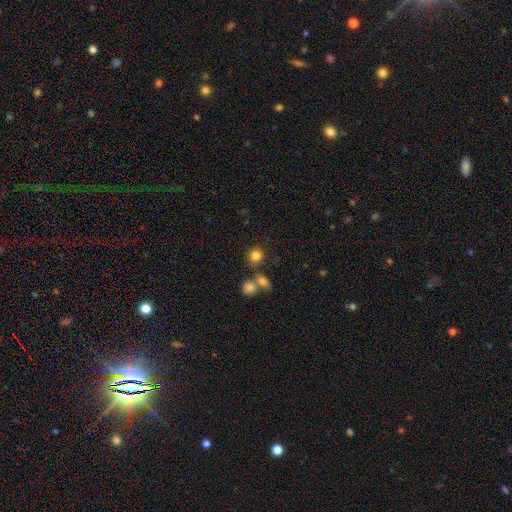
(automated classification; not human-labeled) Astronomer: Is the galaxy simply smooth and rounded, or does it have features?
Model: smooth — 82%.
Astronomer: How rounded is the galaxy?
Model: round — 83%.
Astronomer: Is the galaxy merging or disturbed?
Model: none — 68%.